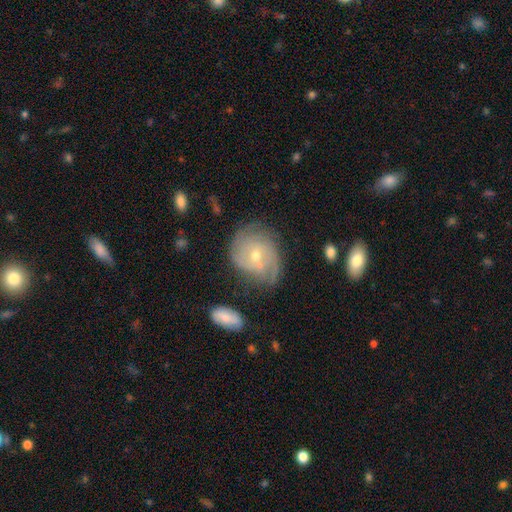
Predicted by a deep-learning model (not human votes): Morphology: type=featured or disk (76%); edge-on=no (97%); bar=no (71%); spiral arms=yes (90%); winding=tight (57%); arm count=can't tell (35%, tied with 2); bulge=small (51%); merging=none (61%).